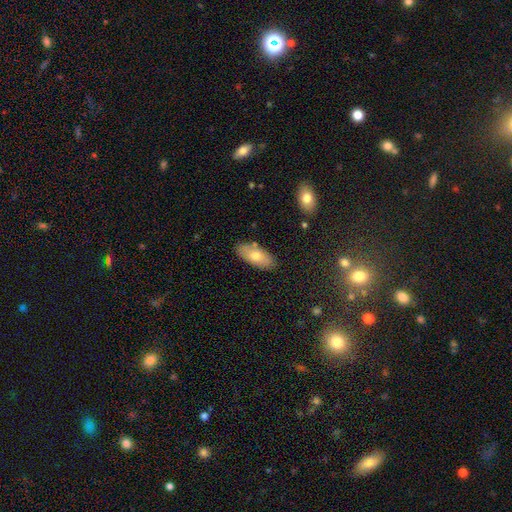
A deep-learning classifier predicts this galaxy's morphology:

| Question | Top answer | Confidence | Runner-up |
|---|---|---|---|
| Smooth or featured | smooth | 71% | featured or disk (22%) |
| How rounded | in between | 87% | cigar-shaped (11%) |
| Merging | none | 83% | minor disturbance (12%) |